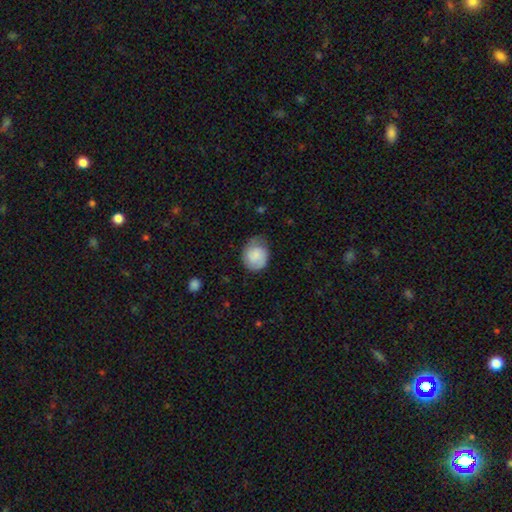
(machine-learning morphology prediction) This is likely a smooth galaxy (65%). How rounded: likely round (61%). Merging: possibly none (60%).